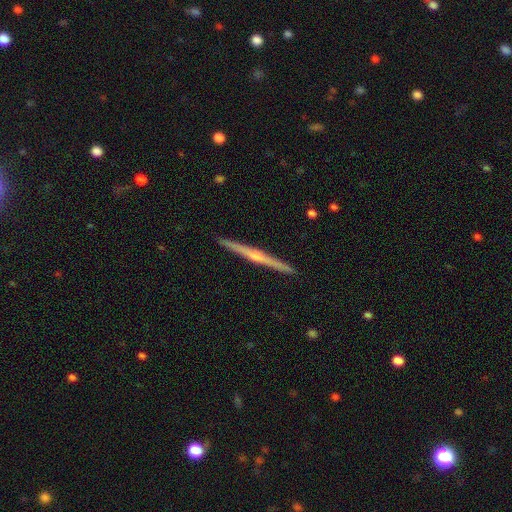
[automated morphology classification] Q: Smooth or featured?
A: featured or disk (77%); runner-up: smooth (17%)
Q: Edge-on disk?
A: yes (98%); runner-up: no (2%)
Q: Edge-on bulge?
A: rounded (73%); runner-up: none (21%)
Q: Merging?
A: none (92%); runner-up: minor disturbance (5%)